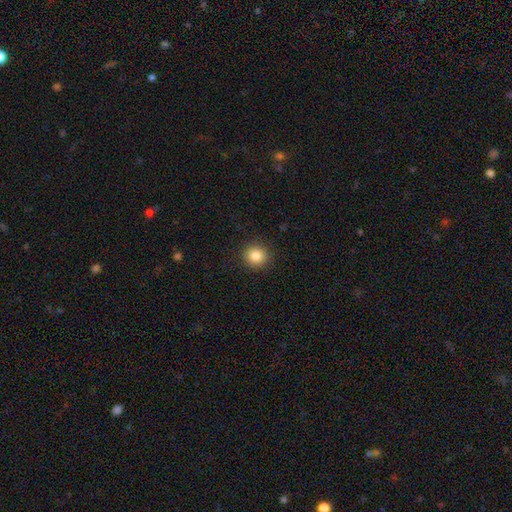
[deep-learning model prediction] A smooth galaxy with no disk features (86%) that is round (92%).

Vote fractions:
- Smooth or featured? smooth: 86% / star or artifact: 10% / featured or disk: 4%
- How rounded? round: 92% / in between: 8% / cigar-shaped: 1%
- Merging? none: 91% / minor disturbance: 6% / major disturbance: 2% / merger: 1%